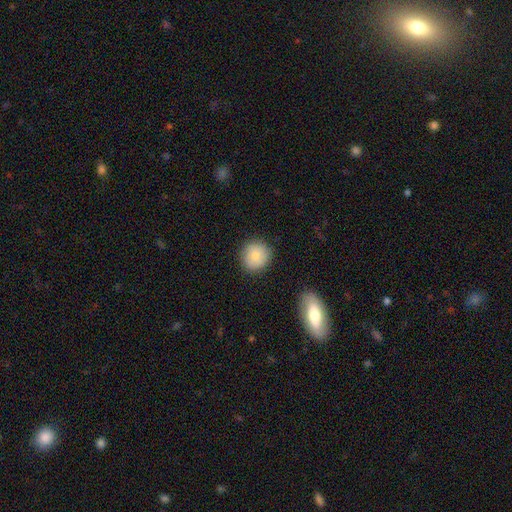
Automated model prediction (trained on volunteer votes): The model was most divided on "smooth or featured": smooth: 78%, featured or disk: 14%, star or artifact: 8%. More confident: how rounded — round (90%); merging — none (88%).